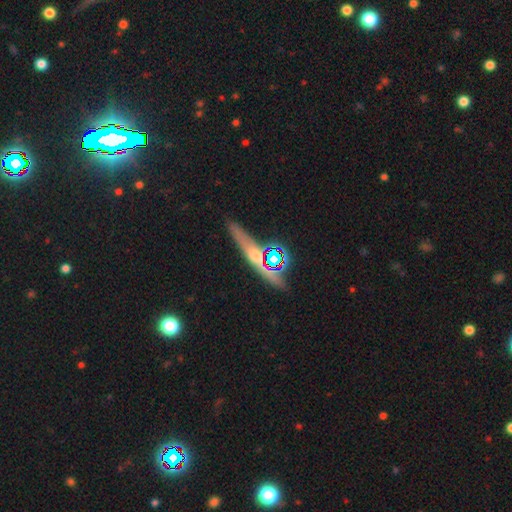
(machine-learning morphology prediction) Smooth or featured?
  - featured or disk: 37% *
  - star or artifact: 32%
  - smooth: 31%
Merging?
  - none: 79% *
  - minor disturbance: 11%
  - merger: 5%
  - major disturbance: 4%